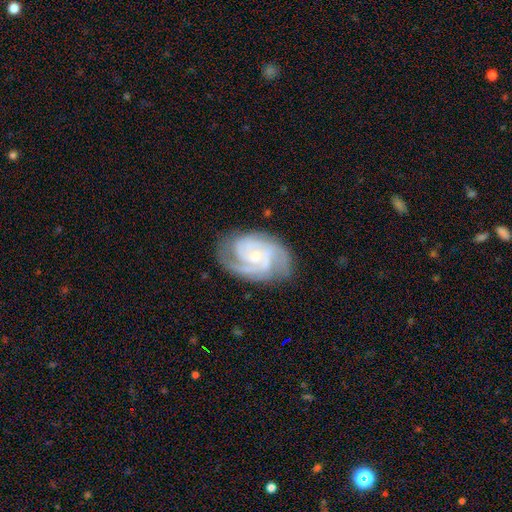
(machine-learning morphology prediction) Overall: featured or disk (89%). Edge-on disk: no (98%). Bar: no (66%; weak 29%). Spiral arms: yes (98%). Spiral arm count: 3 (49%; 2 19%). Spiral winding: tight (58%; medium 37%). Bulge size: small (72%). Merging: none (75%).